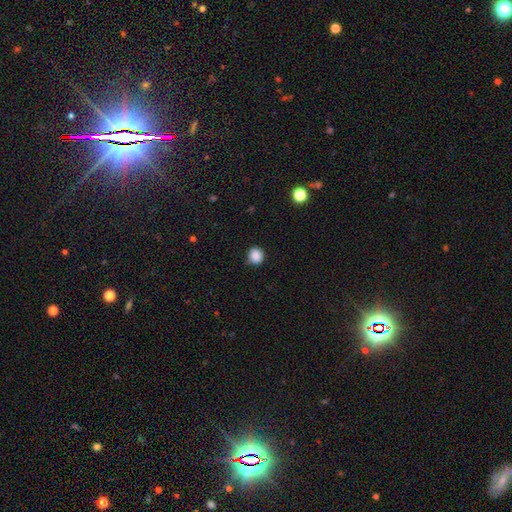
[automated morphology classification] smooth-or-featured: smooth: 87% | star or artifact: 10% | featured or disk: 3%
  how-rounded: round: 90% | in between: 9% | cigar-shaped: 1%
  merging: none: 84% | minor disturbance: 12% | major disturbance: 3% | merger: 1%